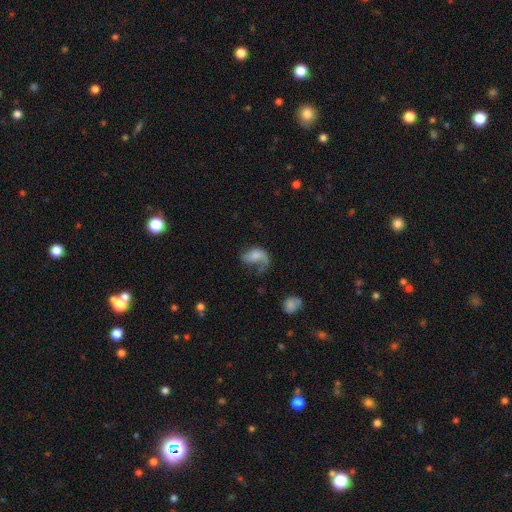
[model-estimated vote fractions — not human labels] Overall: featured or disk (58%; smooth 32%). Edge-on disk: no (97%). Bar: no (64%; weak 29%). Spiral arms: yes (84%). Bulge size: none (39%; small 25%). Merging: major disturbance (46%; none 31%).